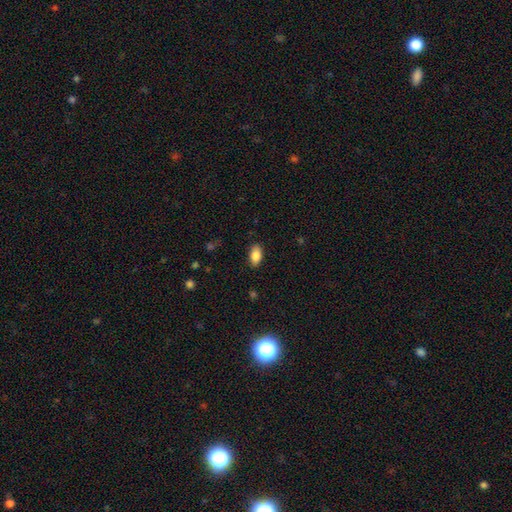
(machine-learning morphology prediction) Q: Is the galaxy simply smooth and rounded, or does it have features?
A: smooth — 85%.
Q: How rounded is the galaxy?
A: in between — 91%.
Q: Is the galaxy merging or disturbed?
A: none — 86%.